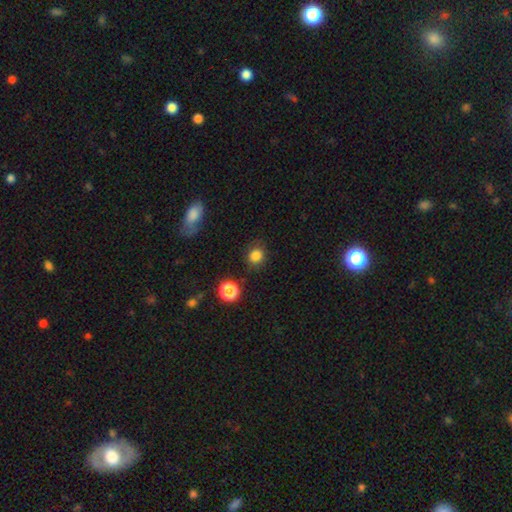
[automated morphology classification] Overall: smooth (83%). How rounded: round (80%). Merging: none (81%).